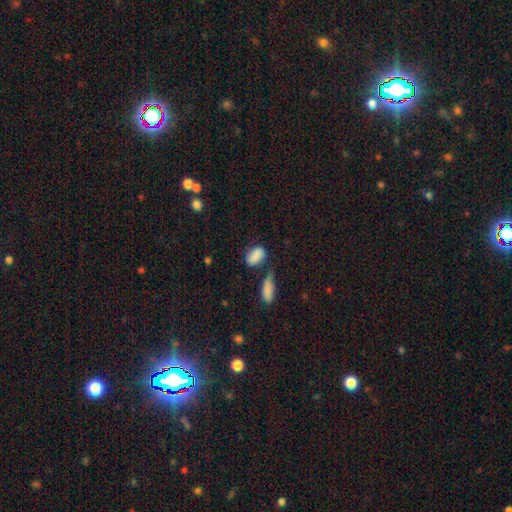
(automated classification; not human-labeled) This is clearly a smooth galaxy (84%). How rounded: clearly in between (86%). Merging: possibly none (56%).